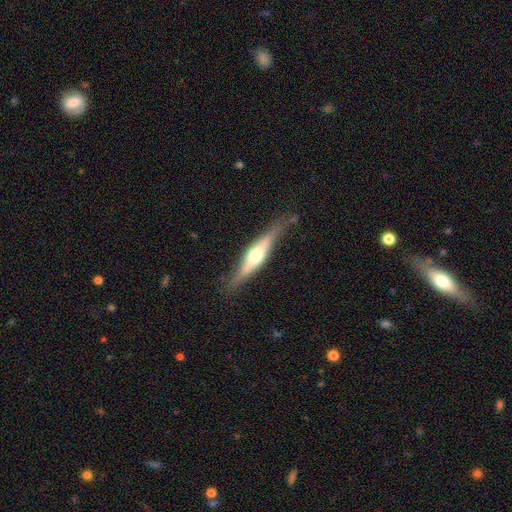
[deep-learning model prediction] This is likely a featured or disk galaxy (67%). It is clearly viewed edge-on (95%). Edge-on bulge: clearly rounded (89%). Merging: clearly none (82%).